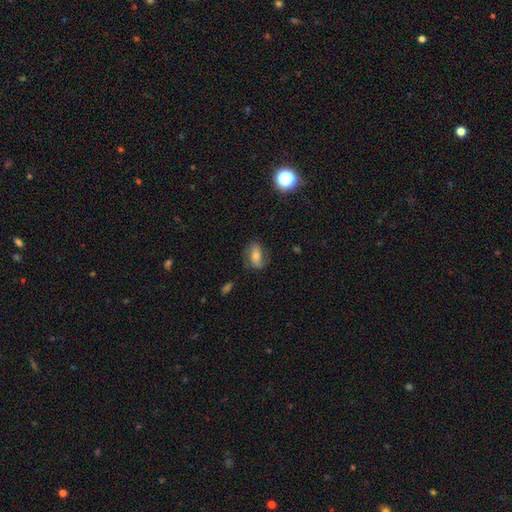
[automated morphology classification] Smooth or featured: smooth — 44% (featured or disk — 42%)
Merging: none — 72% (minor disturbance — 19%)